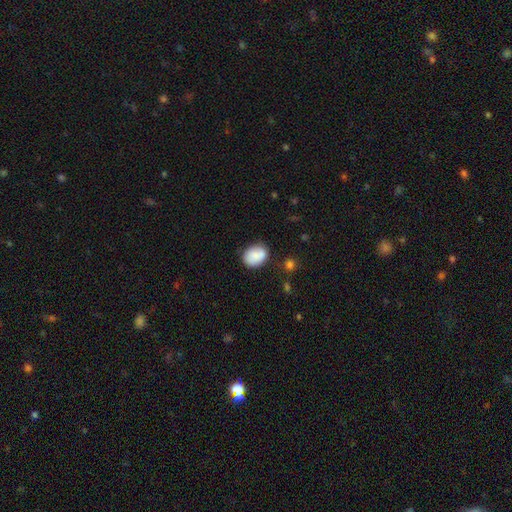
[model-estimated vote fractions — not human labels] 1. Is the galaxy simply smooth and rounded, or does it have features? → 83% smooth, 9% featured or disk, 7% star or artifact.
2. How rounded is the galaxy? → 66% in between, 33% round, 1% cigar-shaped.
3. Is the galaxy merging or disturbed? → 65% none, 21% minor disturbance, 8% merger, 5% major disturbance.